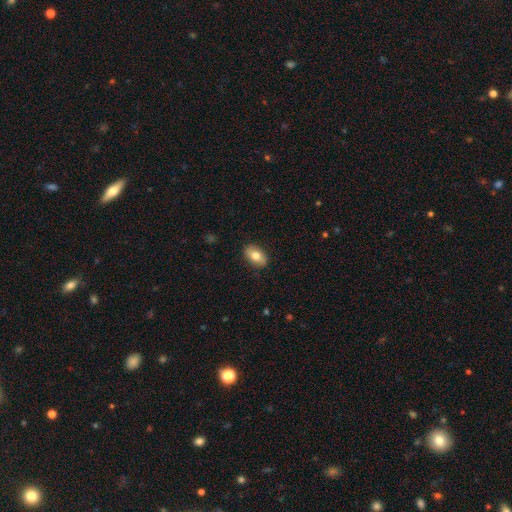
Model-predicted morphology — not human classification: smooth 78%, featured or disk 16%, star or artifact 7%. Down the decision tree: how rounded — in between (91%); merging — none (88%).